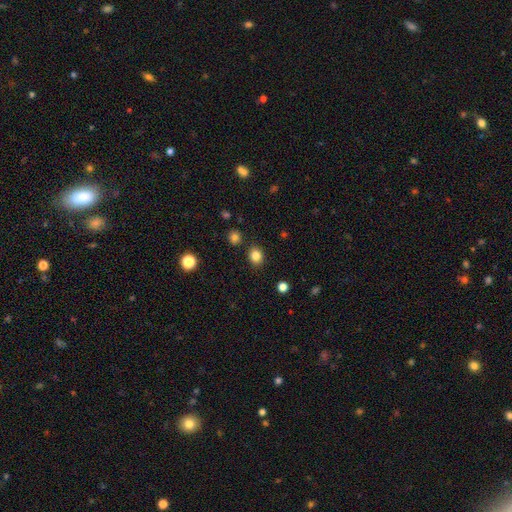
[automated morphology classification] This is clearly a smooth galaxy (83%). How rounded: likely round (63%). Merging: clearly none (86%).